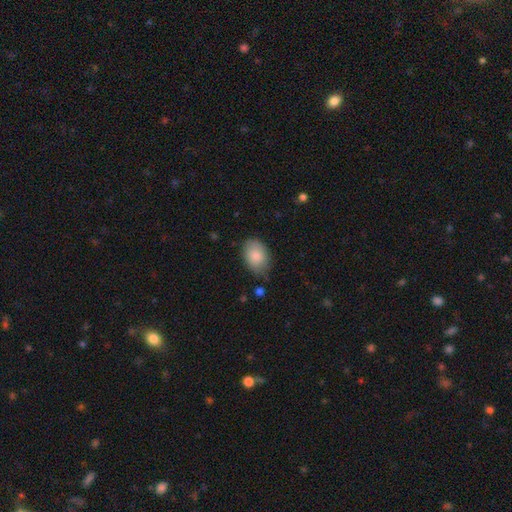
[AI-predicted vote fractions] Smooth or featured?
  - smooth: 85% *
  - featured or disk: 8%
  - star or artifact: 6%
How rounded?
  - in between: 83% *
  - round: 15%
  - cigar-shaped: 1%
Merging?
  - none: 74% *
  - minor disturbance: 21%
  - major disturbance: 4%
  - merger: 2%